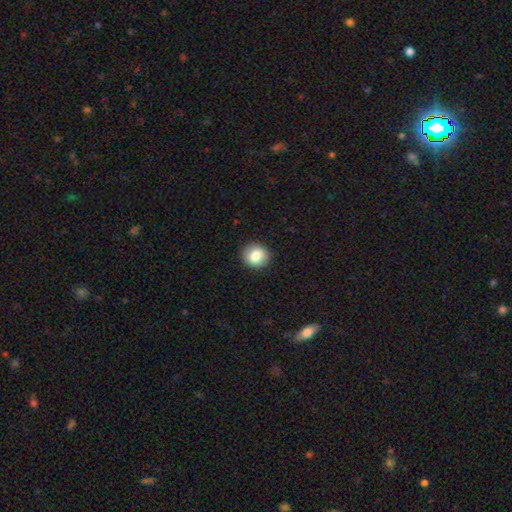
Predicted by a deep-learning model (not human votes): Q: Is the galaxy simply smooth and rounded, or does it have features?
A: smooth — 82%.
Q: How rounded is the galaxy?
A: round — 82%.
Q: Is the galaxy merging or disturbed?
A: none — 90%.